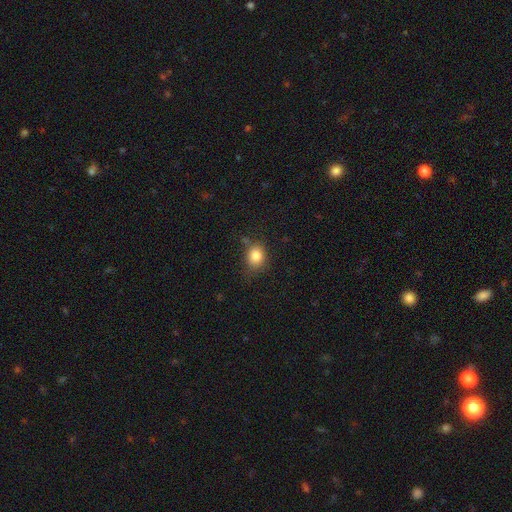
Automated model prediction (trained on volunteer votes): smooth 83%, star or artifact 10%, featured or disk 7%. Down the decision tree: how rounded — round (57%); merging — none (70%).